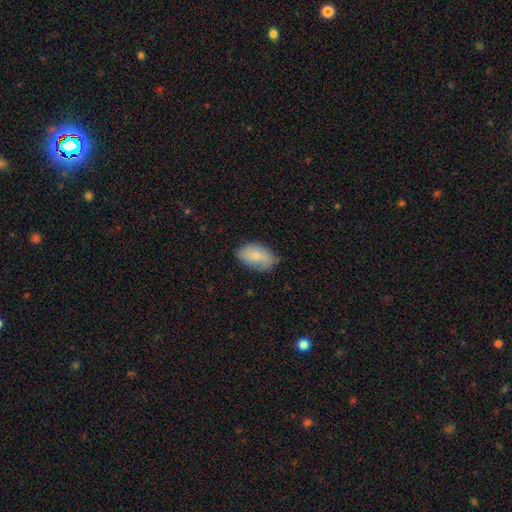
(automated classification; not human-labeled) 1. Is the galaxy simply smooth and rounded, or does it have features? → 74% smooth, 20% featured or disk, 7% star or artifact.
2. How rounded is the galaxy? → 92% in between, 7% round, 2% cigar-shaped.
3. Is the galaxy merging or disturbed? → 69% none, 24% minor disturbance, 5% major disturbance, 1% merger.